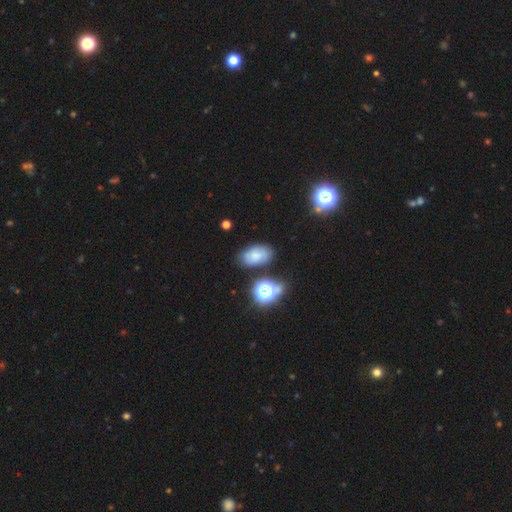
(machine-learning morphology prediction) The model was most divided on "smooth or featured": smooth: 66%, featured or disk: 18%, star or artifact: 17%. More confident: how rounded — in between (88%); merging — none (73%).